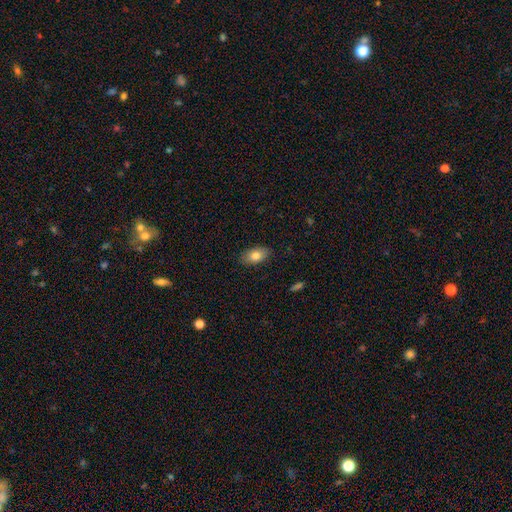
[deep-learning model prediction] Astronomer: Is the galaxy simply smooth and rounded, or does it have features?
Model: smooth — 80%.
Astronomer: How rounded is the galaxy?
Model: in between — 92%.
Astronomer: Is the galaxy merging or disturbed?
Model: none — 87%.